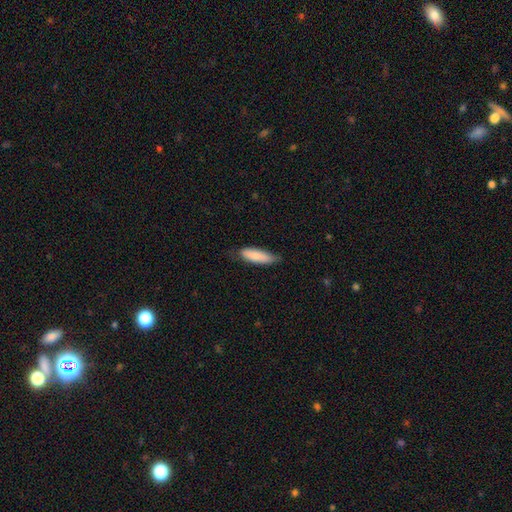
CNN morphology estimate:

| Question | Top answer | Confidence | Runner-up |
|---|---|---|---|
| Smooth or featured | smooth | 85% | featured or disk (10%) |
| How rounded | in between | 49% | tied: cigar-shaped (49%) |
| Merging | none | 66% | minor disturbance (28%) |